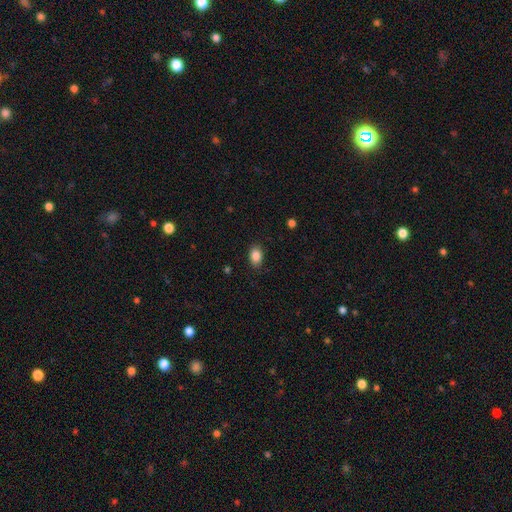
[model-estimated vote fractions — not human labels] This is clearly a smooth galaxy (87%). How rounded: clearly in between (83%). Merging: clearly none (86%).